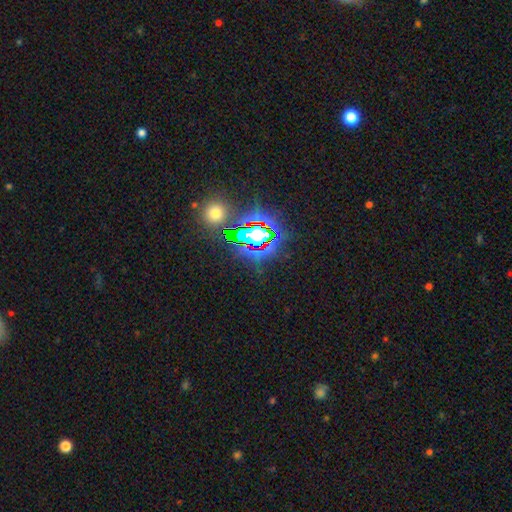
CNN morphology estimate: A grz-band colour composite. It shows a star or artifact, not a galaxy (80%).